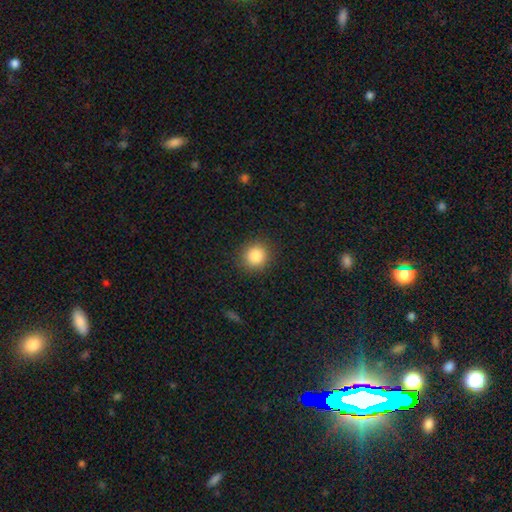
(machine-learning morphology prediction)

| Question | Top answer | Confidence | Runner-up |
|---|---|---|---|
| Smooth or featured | smooth | 85% | star or artifact (10%) |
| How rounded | round | 89% | in between (11%) |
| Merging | none | 90% | minor disturbance (7%) |